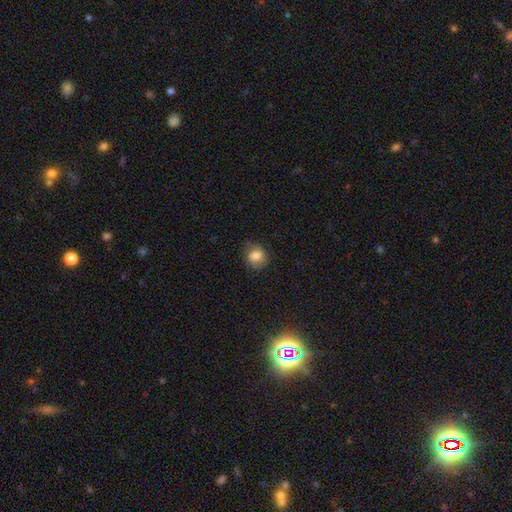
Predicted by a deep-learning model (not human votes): This is likely a smooth galaxy (75%). How rounded: likely round (67%). Merging: likely none (67%).